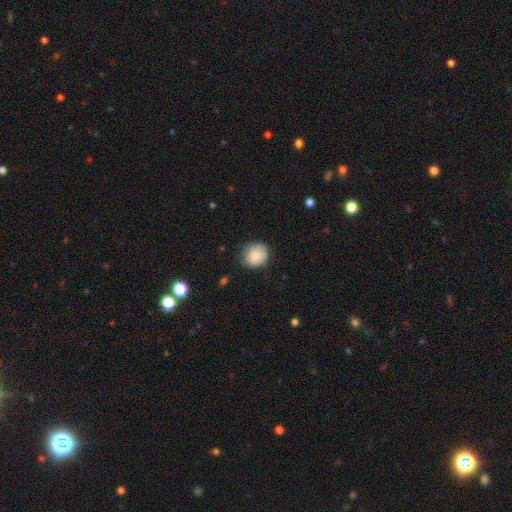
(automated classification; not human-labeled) Smooth or featured?
  - smooth: 84% *
  - featured or disk: 8%
  - star or artifact: 8%
How rounded?
  - round: 75% *
  - in between: 24%
  - cigar-shaped: 1%
Merging?
  - none: 72% *
  - minor disturbance: 22%
  - major disturbance: 4%
  - merger: 1%